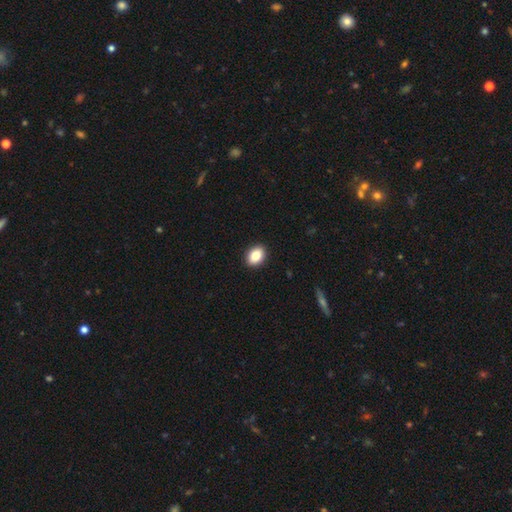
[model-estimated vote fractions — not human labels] This is clearly a smooth galaxy (83%). How rounded: likely in between (71%). Merging: clearly none (92%).